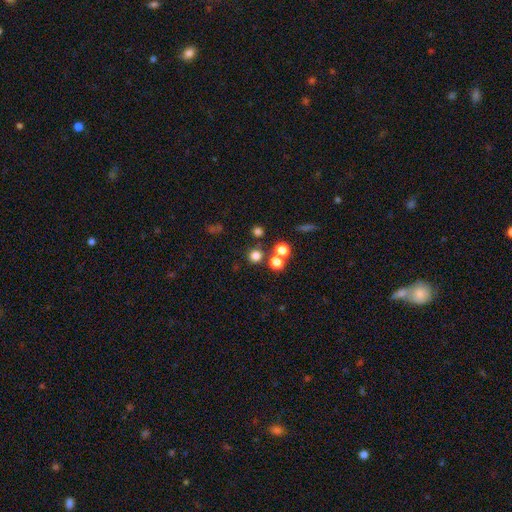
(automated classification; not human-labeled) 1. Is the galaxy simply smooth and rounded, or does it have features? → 75% smooth, 19% star or artifact, 7% featured or disk.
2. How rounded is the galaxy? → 93% round, 6% in between, 1% cigar-shaped.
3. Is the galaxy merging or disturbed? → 76% none, 15% merger, 7% minor disturbance, 3% major disturbance.